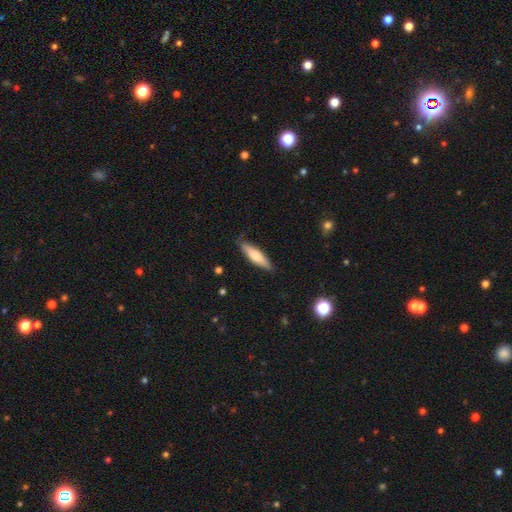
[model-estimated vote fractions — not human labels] A smooth galaxy with no disk features (67%) that is cigar-shaped (70%).

Vote fractions:
- Smooth or featured? smooth: 67% / featured or disk: 28% / star or artifact: 6%
- How rounded? cigar-shaped: 70% / in between: 28% / round: 2%
- Merging? none: 85% / minor disturbance: 12% / major disturbance: 2% / merger: 1%